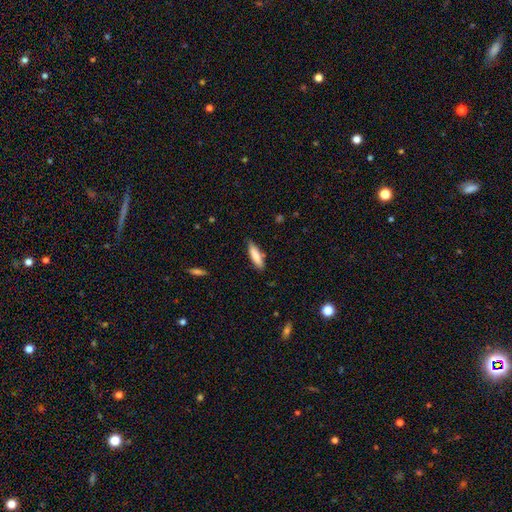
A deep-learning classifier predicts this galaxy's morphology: Smooth or featured? smooth (83%)
How rounded? cigar-shaped (65%)
Merging? none (81%)